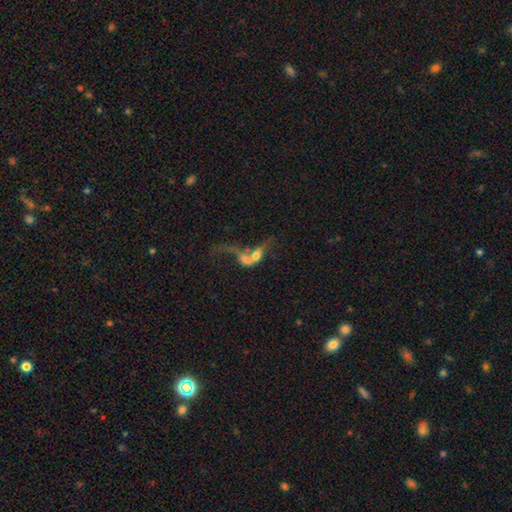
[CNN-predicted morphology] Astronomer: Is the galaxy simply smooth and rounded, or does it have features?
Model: featured or disk — 48% (runner-up: smooth, 40%).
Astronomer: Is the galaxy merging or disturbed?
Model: merger — 67%.